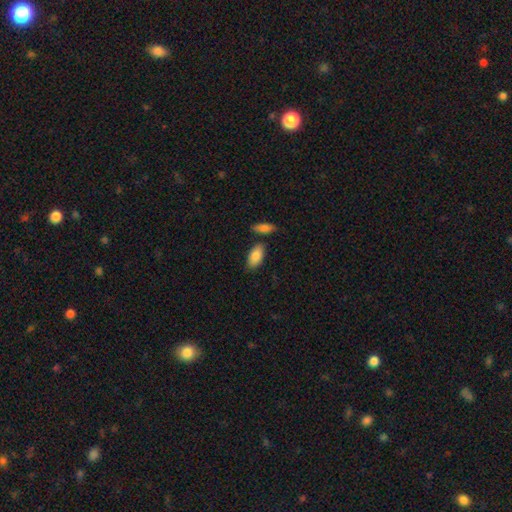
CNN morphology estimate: The model was most divided on "merging": none: 75%, minor disturbance: 12%, merger: 10%, major disturbance: 3%. More confident: how rounded — in between (93%); smooth or featured — smooth (85%).